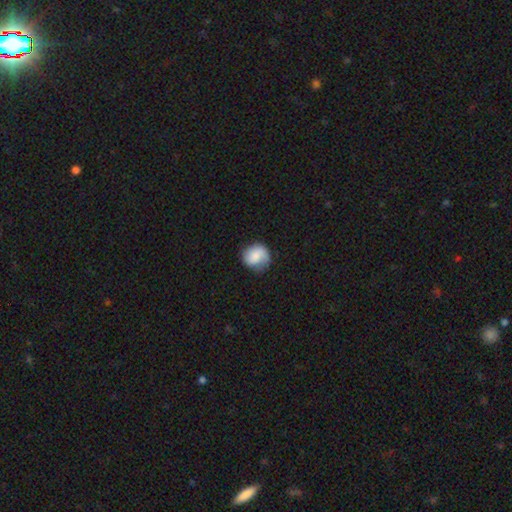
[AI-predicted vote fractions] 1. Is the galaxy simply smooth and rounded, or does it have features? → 66% smooth, 26% featured or disk, 8% star or artifact.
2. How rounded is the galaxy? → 80% round, 19% in between, 1% cigar-shaped.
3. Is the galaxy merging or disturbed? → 65% none, 24% minor disturbance, 9% major disturbance, 1% merger.